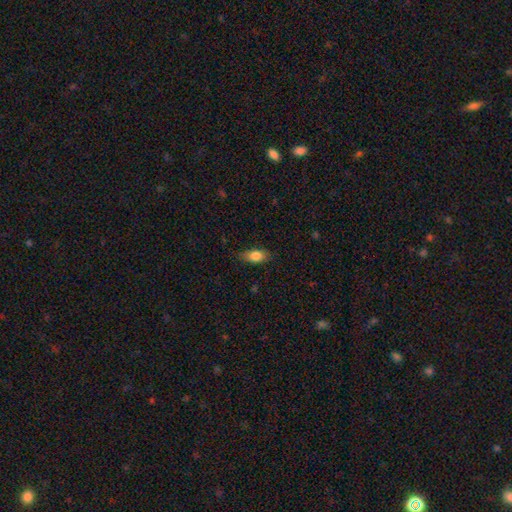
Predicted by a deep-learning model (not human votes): Smooth or featured? Predicted: smooth (p=0.82). How rounded? Predicted: in between (p=0.85). Merging? Predicted: none (p=0.78).